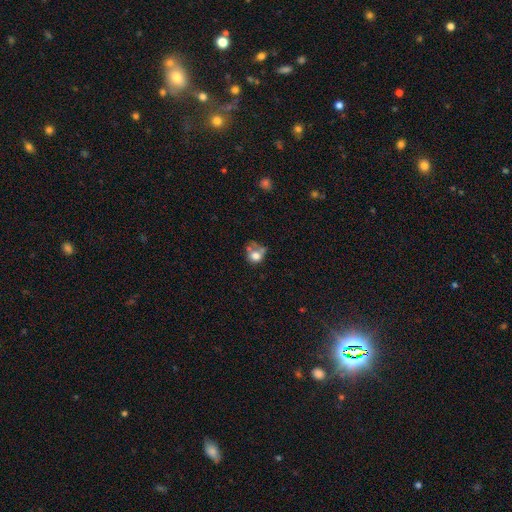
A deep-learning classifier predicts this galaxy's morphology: Smooth or featured? smooth (66%)
How rounded? round (62%)
Merging? none (29%)